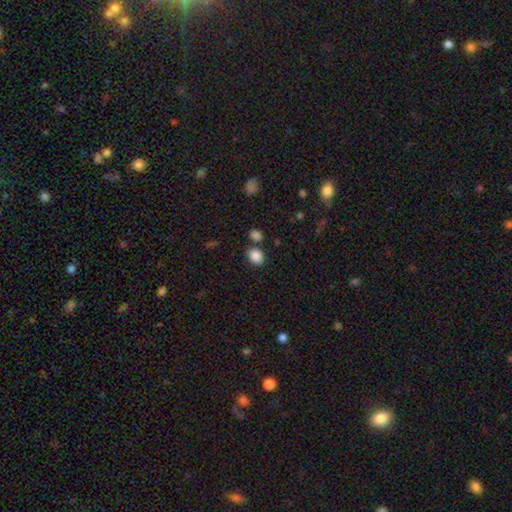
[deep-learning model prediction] The model was most divided on "how rounded": in between: 52%, round: 47%, cigar-shaped: 1%. More confident: smooth or featured — smooth (87%); merging — none (74%).